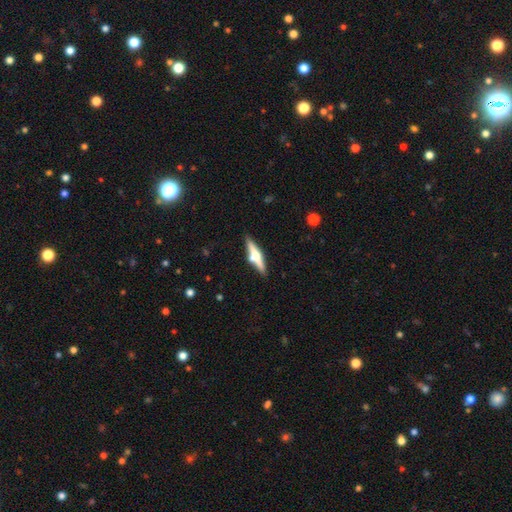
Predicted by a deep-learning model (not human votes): featured or disk 59%, smooth 35%, star or artifact 6%. Down the decision tree: edge-on disk — yes (96%); edge-on bulge — rounded (86%); merging — none (79%).